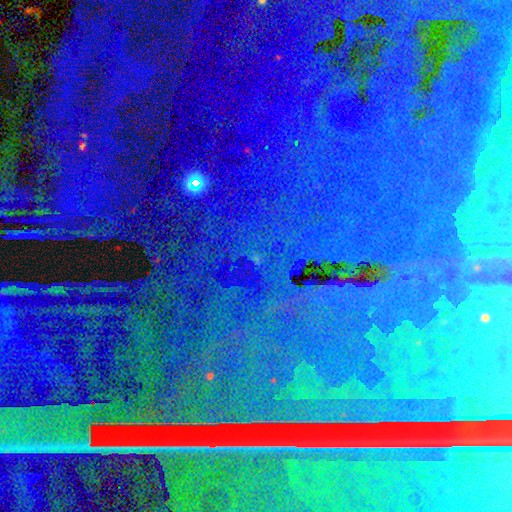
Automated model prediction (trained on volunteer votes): star or artifact 87%, featured or disk 7%, smooth 6%.